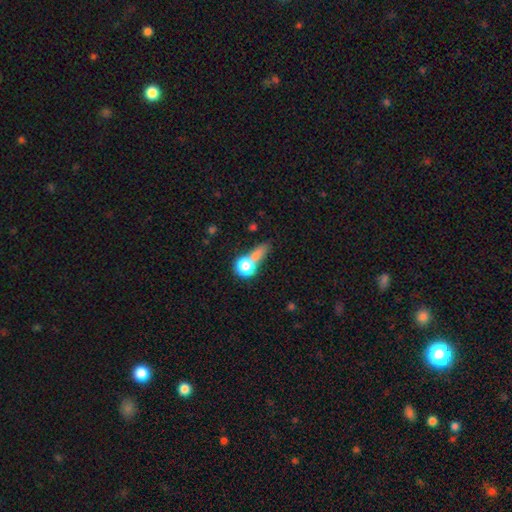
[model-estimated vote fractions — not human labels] Smooth or featured? Predicted: smooth (p=0.71). How rounded? Predicted: round (p=0.58). Merging? Predicted: merger (p=0.43).